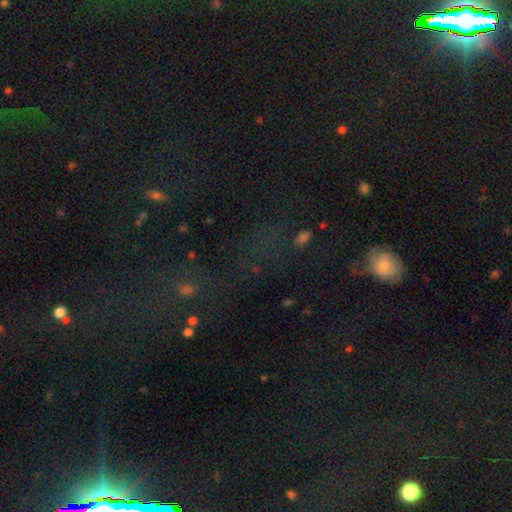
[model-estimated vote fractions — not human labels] Smooth or featured? Predicted: star or artifact (p=0.58).